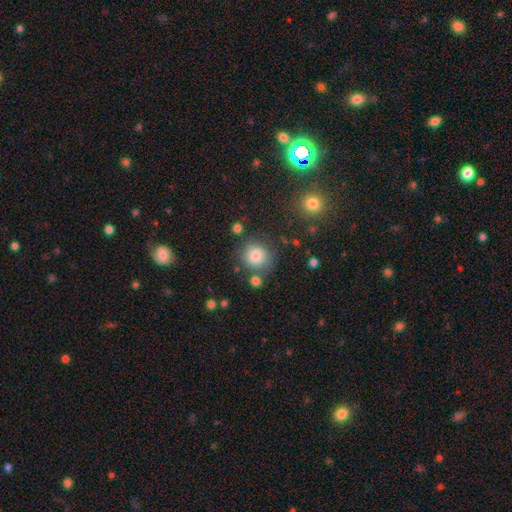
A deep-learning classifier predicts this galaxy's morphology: Smooth or featured? Predicted: smooth (p=0.78). How rounded? Predicted: round (p=0.87). Merging? Predicted: none (p=0.72).